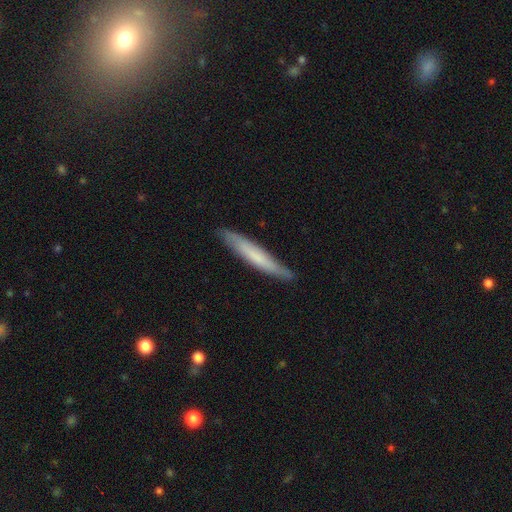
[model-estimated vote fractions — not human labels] This is likely a smooth galaxy (60%). How rounded: clearly cigar-shaped (94%). Merging: clearly none (85%).